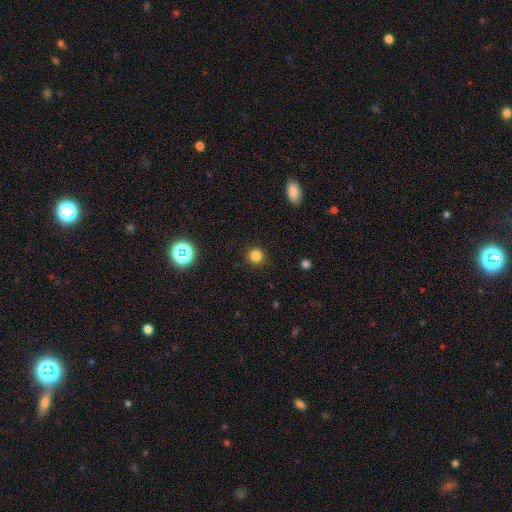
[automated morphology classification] This is clearly a smooth galaxy (82%). How rounded: clearly round (94%). Merging: clearly none (91%).